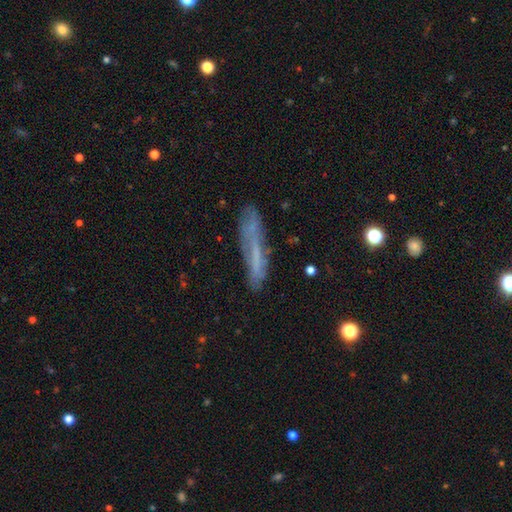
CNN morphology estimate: Smooth or featured? Predicted: featured or disk (p=0.45). Merging? Predicted: none (p=0.69).